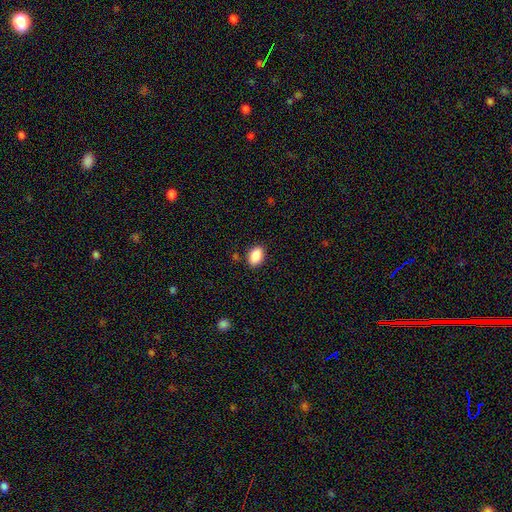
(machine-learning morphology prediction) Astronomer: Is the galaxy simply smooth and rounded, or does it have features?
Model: smooth — 89%.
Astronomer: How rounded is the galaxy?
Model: in between — 87%.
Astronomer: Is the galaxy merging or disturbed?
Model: none — 86%.